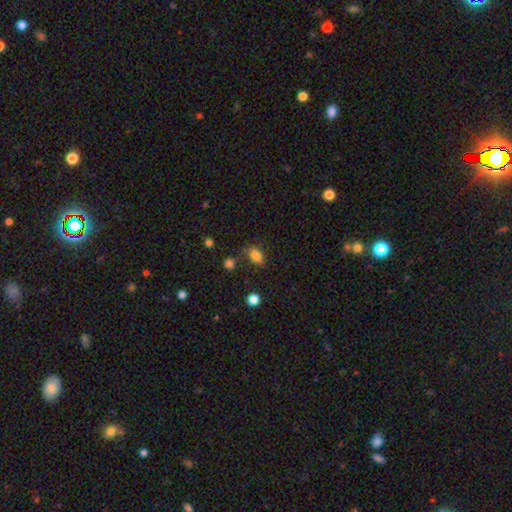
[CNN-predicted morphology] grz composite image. It shows a smooth galaxy with no disk features (82%) that is in between round and cigar-shaped (79%). Merging: none (63%).